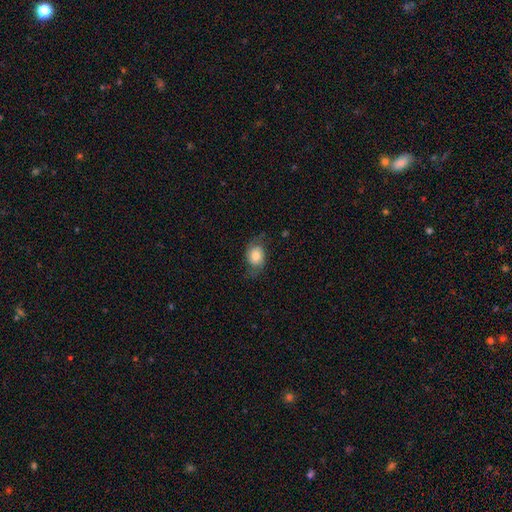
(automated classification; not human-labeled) smooth_or_featured: smooth (p=0.51) [alt: featured or disk p=0.40]
how_rounded: in between (p=0.63) [alt: round p=0.36]
merging: none (p=0.65) [alt: minor disturbance p=0.23]